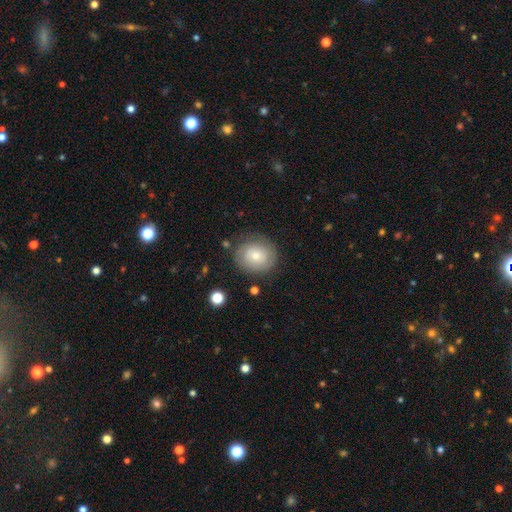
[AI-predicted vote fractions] Smooth or featured? Predicted: smooth (p=0.53). How rounded? Predicted: round (p=0.79). Merging? Predicted: none (p=0.78).